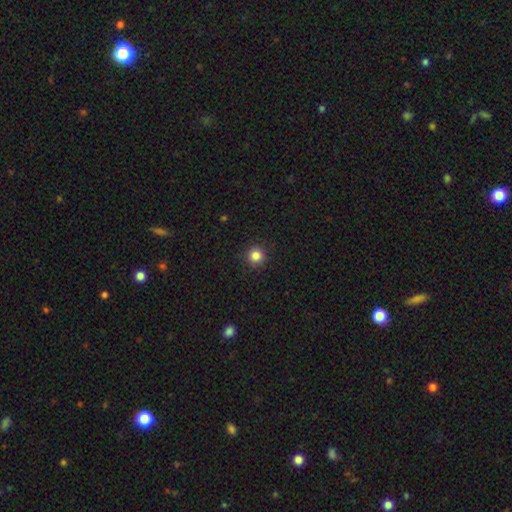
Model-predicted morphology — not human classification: smooth 84%, star or artifact 12%, featured or disk 4%. Down the decision tree: how rounded — round (95%); merging — none (92%).